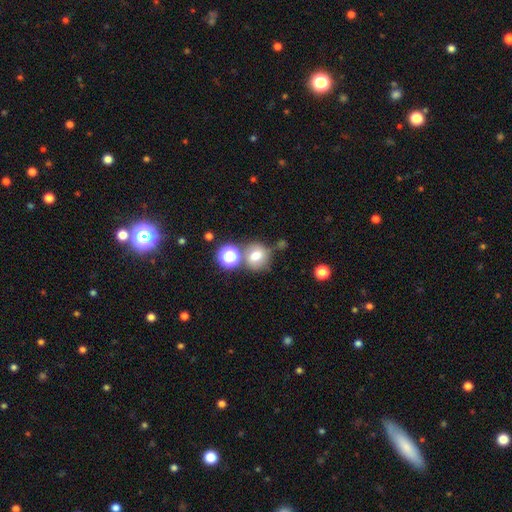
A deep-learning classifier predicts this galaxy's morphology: Smooth or featured? Predicted: smooth (p=0.70). How rounded? Predicted: round (p=0.77). Merging? Predicted: none (p=0.61).